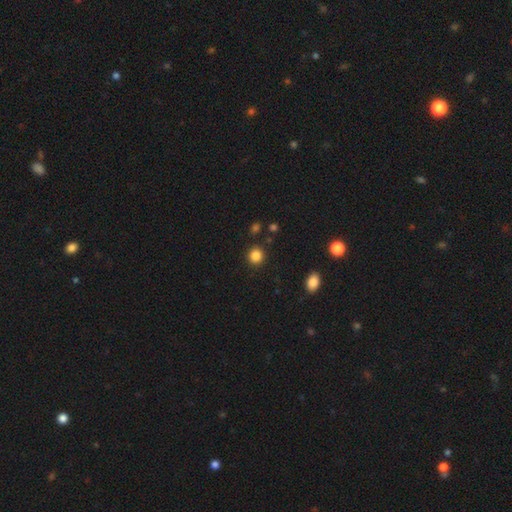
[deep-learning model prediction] This is clearly a smooth galaxy (86%). How rounded: clearly round (88%). Merging: clearly none (89%).